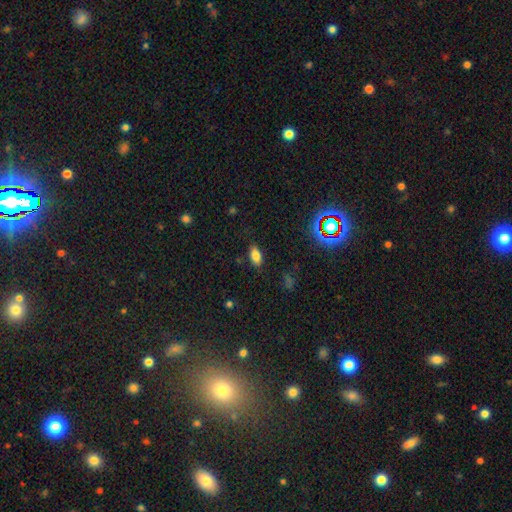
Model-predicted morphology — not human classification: smooth-or-featured: smooth: 80% | star or artifact: 11% | featured or disk: 8%
  how-rounded: in between: 89% | cigar-shaped: 7% | round: 5%
  merging: none: 84% | minor disturbance: 12% | major disturbance: 3% | merger: 2%